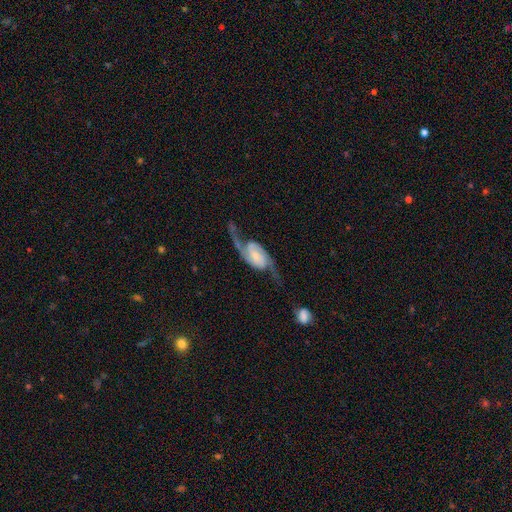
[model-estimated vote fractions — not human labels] A featured or disk galaxy (88%) with no bar (42%), 2 (93%) loose (59%) spiral arms (97%) and a small central bulge (46%). Merging: none (62%).